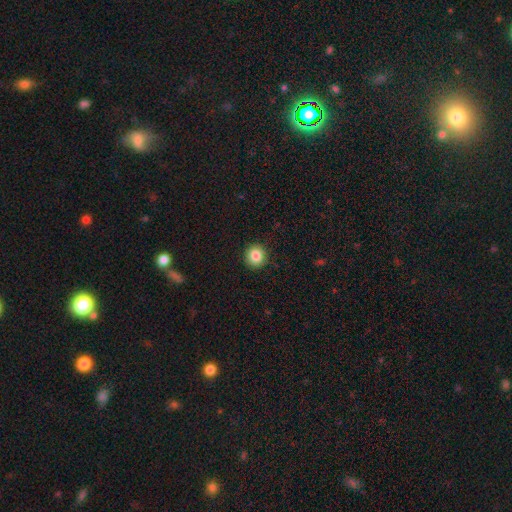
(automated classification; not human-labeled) Morphology: type=smooth (85%); roundness=round (91%); merging=none (91%).